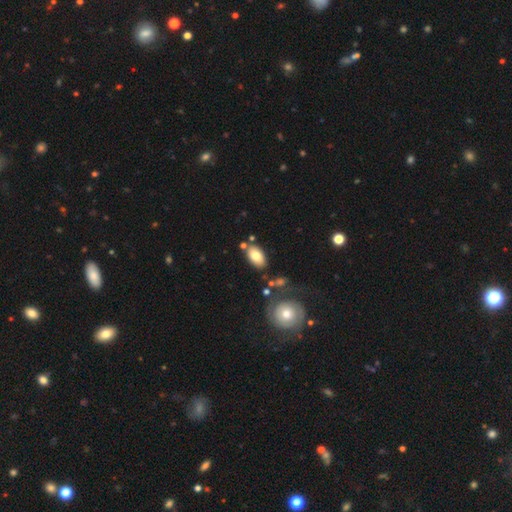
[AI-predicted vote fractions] smooth-or-featured: smooth: 79% | featured or disk: 14% | star or artifact: 7%
  how-rounded: in between: 92% | round: 6% | cigar-shaped: 2%
  merging: none: 75% | minor disturbance: 13% | merger: 8% | major disturbance: 4%